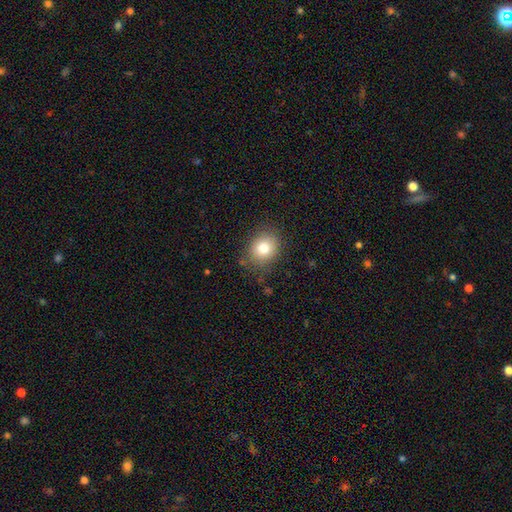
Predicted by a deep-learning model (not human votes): A smooth galaxy with no disk features (78%) that is round (62%).

Vote fractions:
- Smooth or featured? smooth: 78% / star or artifact: 12% / featured or disk: 10%
- How rounded? round: 62% / in between: 37% / cigar-shaped: 1%
- Merging? none: 83% / minor disturbance: 12% / major disturbance: 3% / merger: 1%